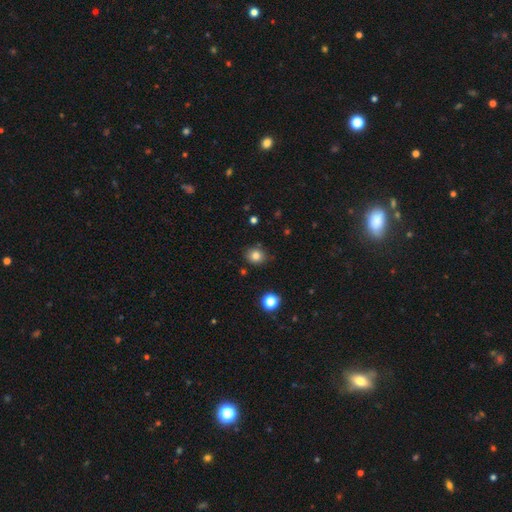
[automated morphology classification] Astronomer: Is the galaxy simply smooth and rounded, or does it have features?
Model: smooth — 81%.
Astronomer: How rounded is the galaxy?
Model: round — 73%.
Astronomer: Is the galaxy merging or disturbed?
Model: none — 83%.